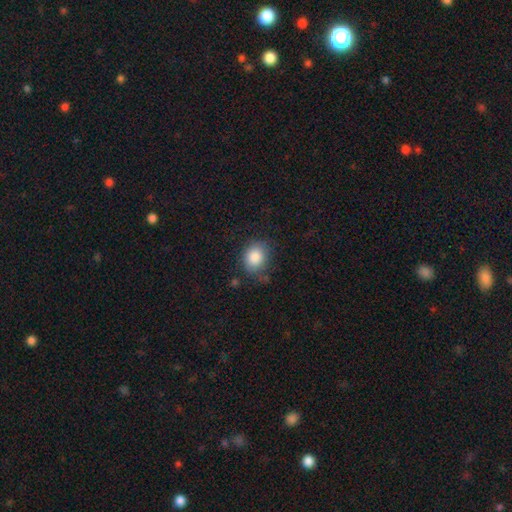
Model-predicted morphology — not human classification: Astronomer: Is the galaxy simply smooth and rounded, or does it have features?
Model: smooth — 86%.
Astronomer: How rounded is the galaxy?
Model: round — 60% (runner-up: in between, 39%).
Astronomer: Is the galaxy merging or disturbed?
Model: none — 71%.